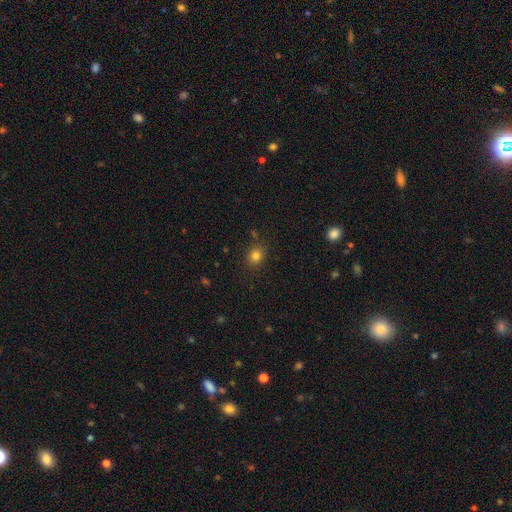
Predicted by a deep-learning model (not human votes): This appears to be a smooth galaxy with no disk features (81%) that is round (65%). Merging: none (84%).